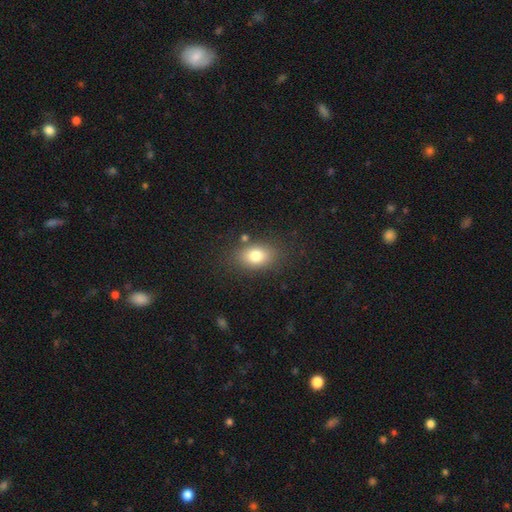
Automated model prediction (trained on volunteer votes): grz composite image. It shows a smooth galaxy with no disk features (79%) that is in between round and cigar-shaped (75%). Merging: none (80%).